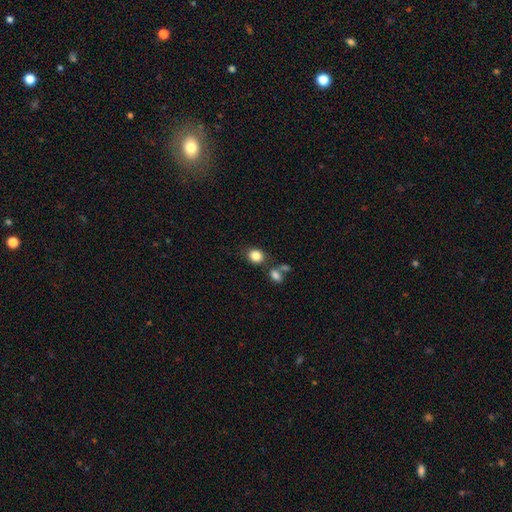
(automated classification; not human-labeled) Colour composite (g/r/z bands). It shows a smooth galaxy with no disk features (84%) that is round (58%). Merging: none (72%).